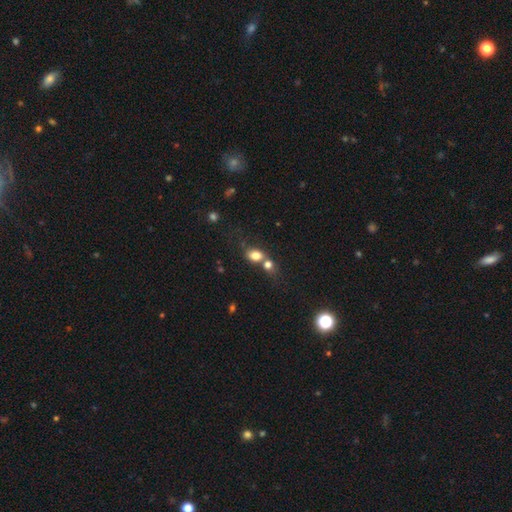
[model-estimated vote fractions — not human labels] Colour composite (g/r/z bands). It shows a smooth galaxy with no disk features (77%) that is in between round and cigar-shaped (65%). Merging: merger (49%).